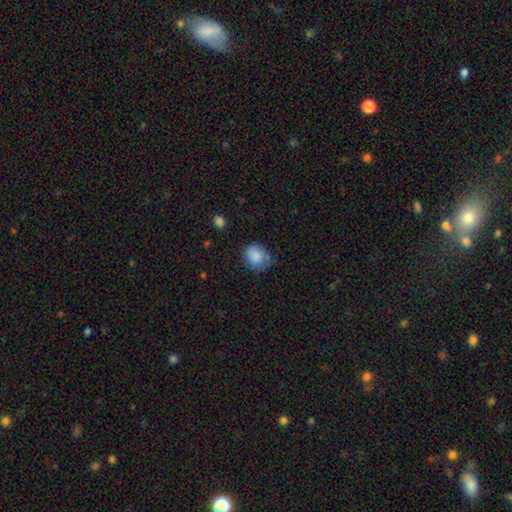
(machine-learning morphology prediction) smooth_or_featured: smooth (p=0.85) [alt: star or artifact p=0.08]
how_rounded: round (p=0.65) [alt: in between p=0.34]
merging: none (p=0.56) [alt: minor disturbance p=0.31]